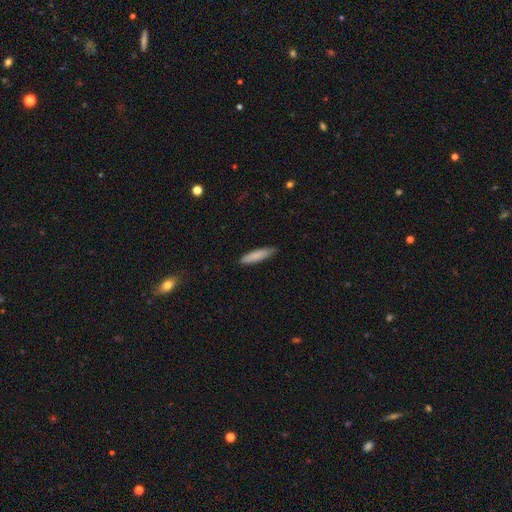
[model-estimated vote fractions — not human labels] Overall: smooth (86%). How rounded: cigar-shaped (75%). Merging: none (82%).